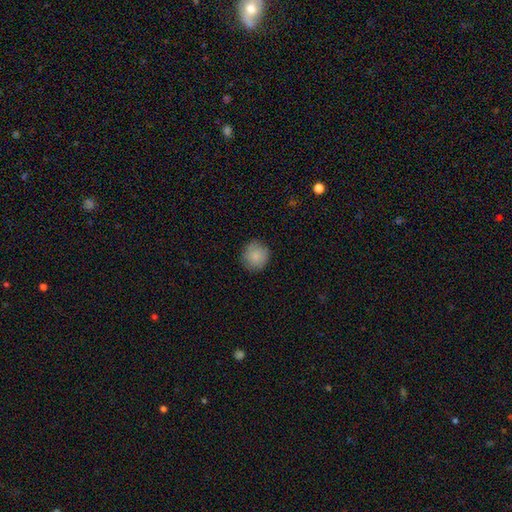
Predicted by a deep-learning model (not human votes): This is clearly a smooth galaxy (87%). How rounded: clearly round (91%). Merging: clearly none (87%).